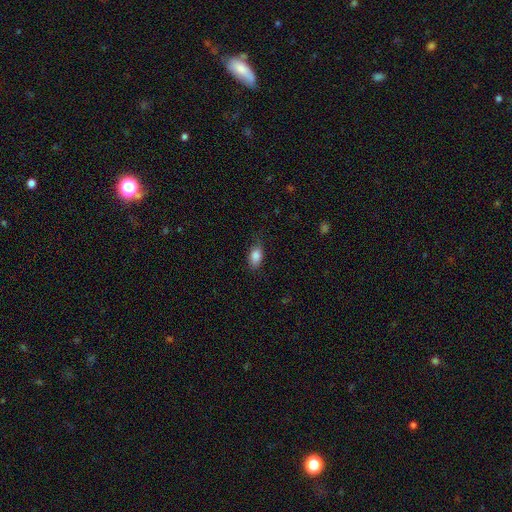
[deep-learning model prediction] Smooth or featured: smooth — 86% (star or artifact — 8%)
How rounded: in between — 88% (round — 8%)
Merging: none — 72% (minor disturbance — 22%)